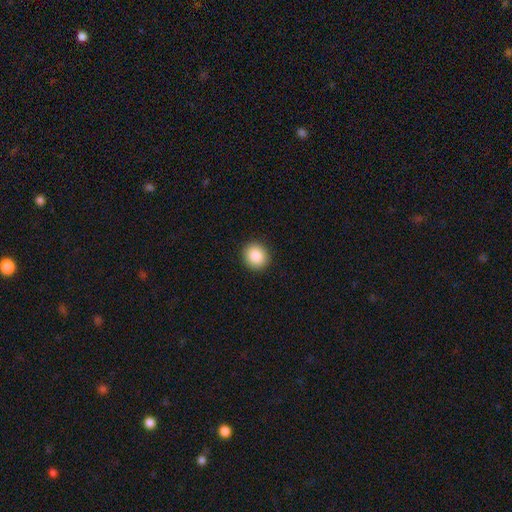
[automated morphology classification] The model was most divided on "how rounded": round: 80%, in between: 19%, cigar-shaped: 1%. More confident: merging — none (92%); smooth or featured — smooth (87%).